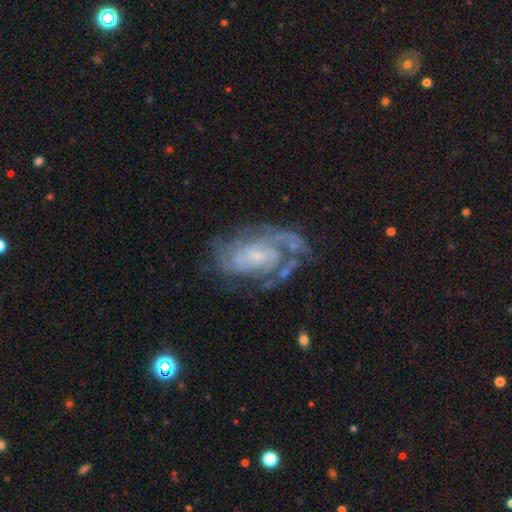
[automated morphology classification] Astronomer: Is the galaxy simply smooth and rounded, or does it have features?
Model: featured or disk — 86%.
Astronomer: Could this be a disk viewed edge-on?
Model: no — 97%.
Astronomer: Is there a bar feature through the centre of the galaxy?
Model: no — 56% (runner-up: weak, 35%).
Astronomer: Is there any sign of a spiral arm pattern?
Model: yes — 94%.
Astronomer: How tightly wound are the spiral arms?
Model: tight — 53% (runner-up: medium, 36%).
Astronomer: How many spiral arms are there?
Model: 2 — 32% (runner-up: can't tell, 29%).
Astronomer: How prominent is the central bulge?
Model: small — 66%.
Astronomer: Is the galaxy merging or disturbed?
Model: none — 60%.